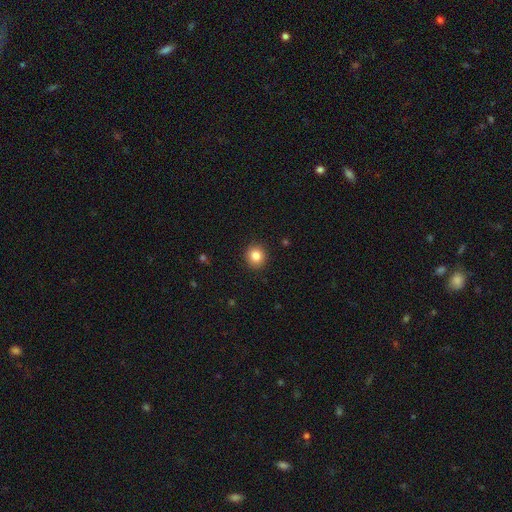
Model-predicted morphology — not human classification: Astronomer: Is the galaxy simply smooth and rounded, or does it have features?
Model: smooth — 83%.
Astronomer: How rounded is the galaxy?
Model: round — 88%.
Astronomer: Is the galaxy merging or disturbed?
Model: none — 92%.